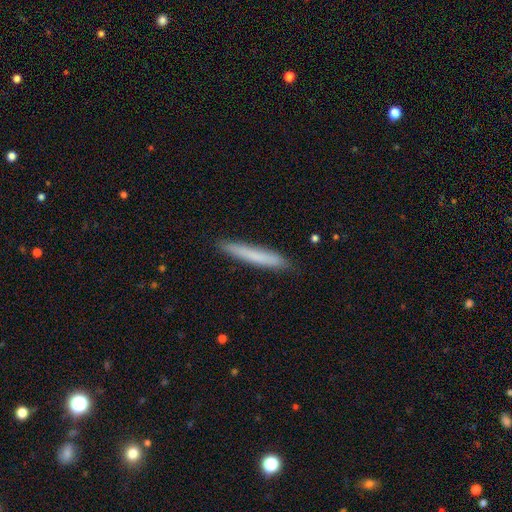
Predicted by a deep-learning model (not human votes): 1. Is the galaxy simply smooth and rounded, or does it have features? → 74% smooth, 20% featured or disk, 6% star or artifact.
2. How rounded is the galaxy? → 96% cigar-shaped, 3% in between, 1% round.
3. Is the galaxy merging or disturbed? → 89% none, 9% minor disturbance, 2% major disturbance, 1% merger.